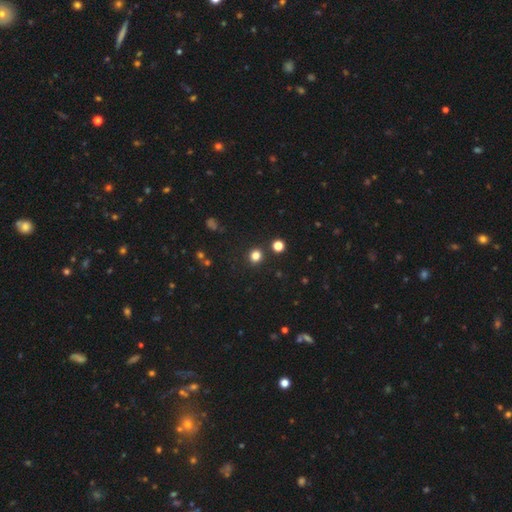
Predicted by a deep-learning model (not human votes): smooth-or-featured: smooth: 80% | star or artifact: 15% | featured or disk: 4%
  how-rounded: round: 85% | in between: 14% | cigar-shaped: 1%
  merging: none: 88% | minor disturbance: 6% | merger: 3% | major disturbance: 2%